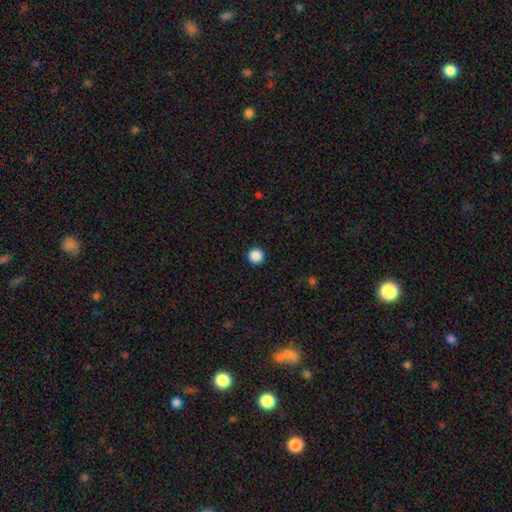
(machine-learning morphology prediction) A smooth galaxy with no disk features (88%) that is round (96%). Merging: none (93%).